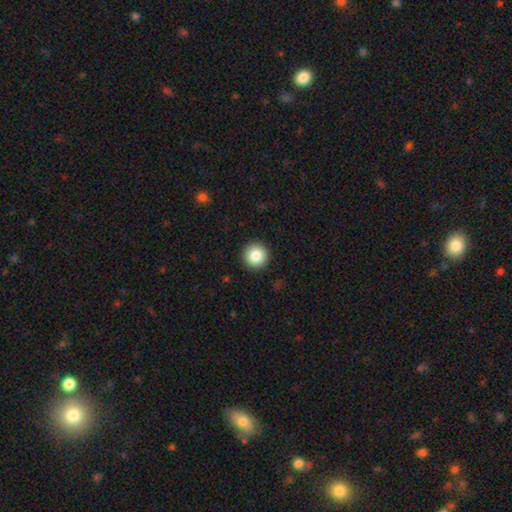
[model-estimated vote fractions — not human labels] Smooth or featured: smooth — 85% (star or artifact — 9%)
How rounded: round — 96% (in between — 3%)
Merging: none — 93% (minor disturbance — 4%)